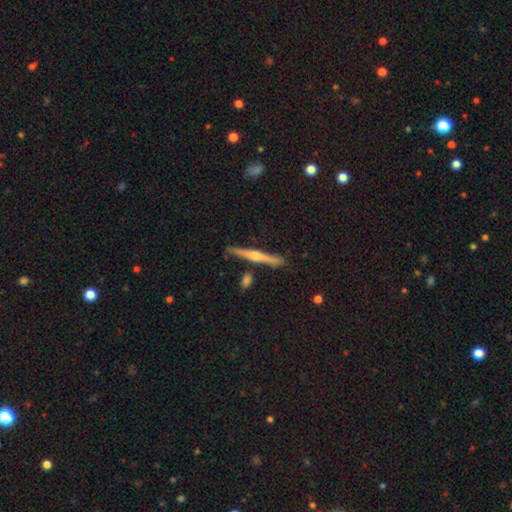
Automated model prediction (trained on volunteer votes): Morphology: type=featured or disk (71%); edge-on=yes (98%); edge-on bulge=rounded (86%); merging=none (86%).